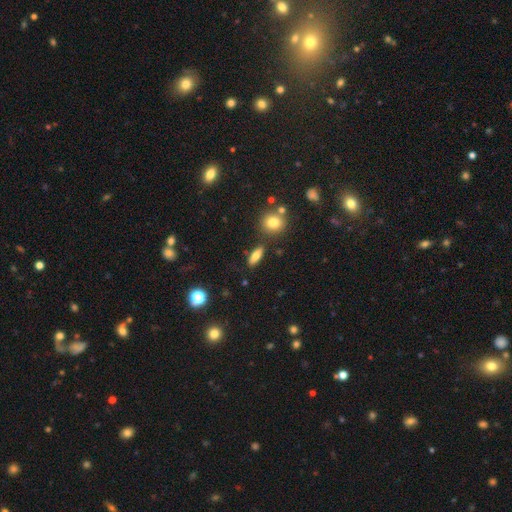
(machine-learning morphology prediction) This is likely a smooth galaxy (73%). How rounded: likely in between (64%). Merging: clearly none (81%).